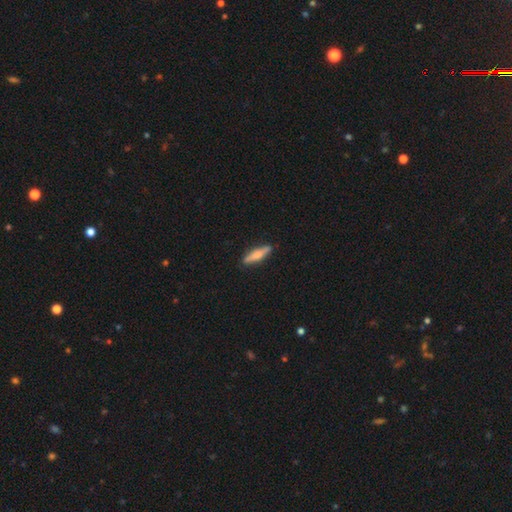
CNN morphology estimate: Smooth or featured? smooth (66%)
How rounded? cigar-shaped (78%)
Merging? none (88%)